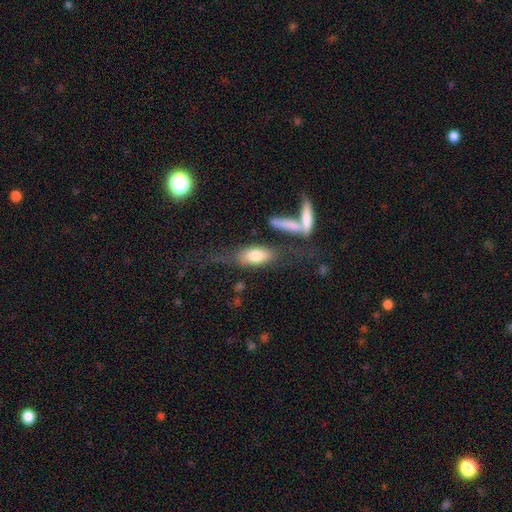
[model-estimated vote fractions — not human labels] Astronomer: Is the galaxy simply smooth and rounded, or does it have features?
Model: smooth — 73%.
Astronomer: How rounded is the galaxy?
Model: in between — 80%.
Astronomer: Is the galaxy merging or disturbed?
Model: none — 48%.